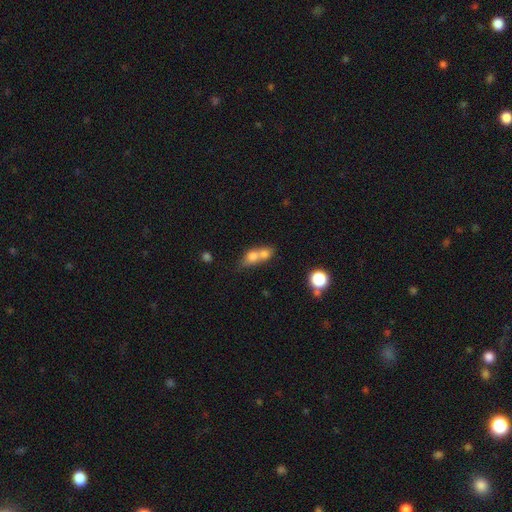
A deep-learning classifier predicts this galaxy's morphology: Smooth or featured?
  - smooth: 70% *
  - featured or disk: 20%
  - star or artifact: 11%
How rounded?
  - in between: 48% *
  - round: 45%
  - cigar-shaped: 7%
Merging?
  - merger: 71% *
  - none: 19%
  - minor disturbance: 6%
  - major disturbance: 4%